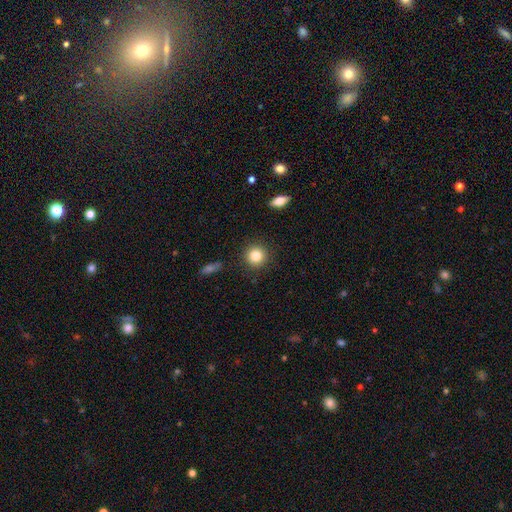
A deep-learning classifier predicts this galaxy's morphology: This appears to be a smooth galaxy with no disk features (83%) that is round (92%). Merging: none (90%).